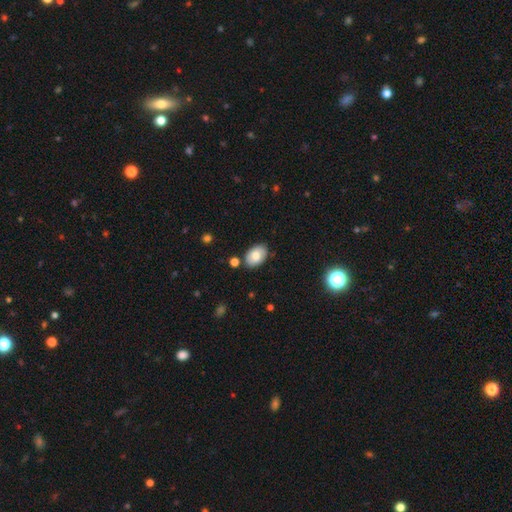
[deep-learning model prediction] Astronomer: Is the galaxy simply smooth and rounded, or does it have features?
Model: smooth — 72%.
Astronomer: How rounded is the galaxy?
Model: in between — 88%.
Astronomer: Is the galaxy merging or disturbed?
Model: none — 80%.